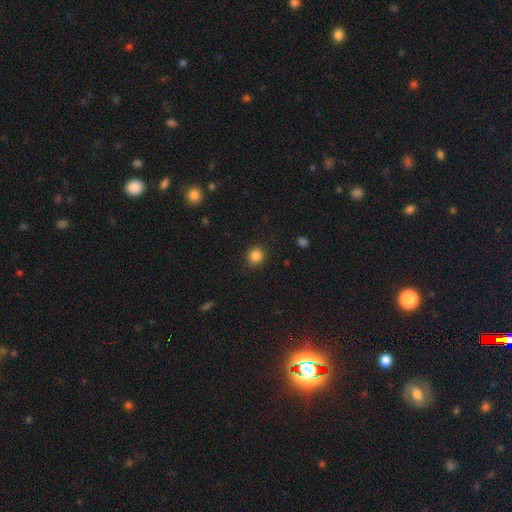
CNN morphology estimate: smooth_or_featured: smooth (p=0.86) [alt: star or artifact p=0.11]
how_rounded: round (p=0.91) [alt: in between p=0.08]
merging: none (p=0.91) [alt: minor disturbance p=0.06]